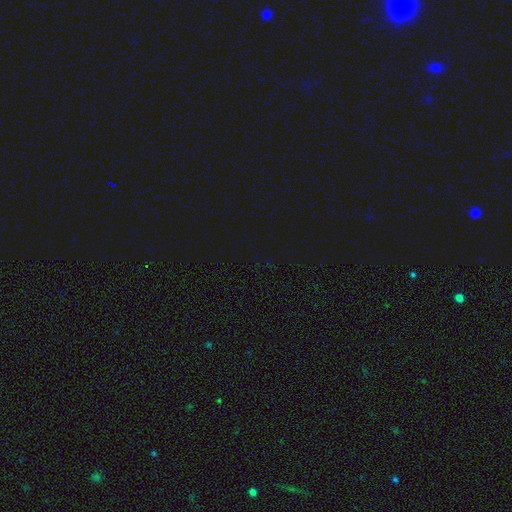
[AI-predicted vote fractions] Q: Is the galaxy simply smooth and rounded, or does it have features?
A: star or artifact — 77%.